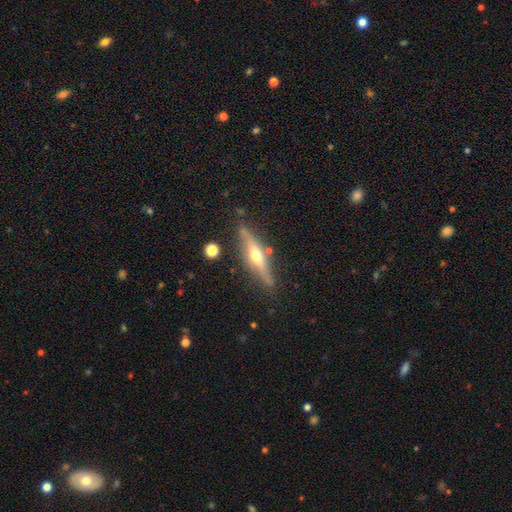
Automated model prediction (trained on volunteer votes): Q: Smooth or featured?
A: featured or disk (68%); runner-up: smooth (26%)
Q: Edge-on disk?
A: yes (93%); runner-up: no (7%)
Q: Edge-on bulge?
A: rounded (91%); runner-up: none (5%)
Q: Merging?
A: none (80%); runner-up: minor disturbance (13%)